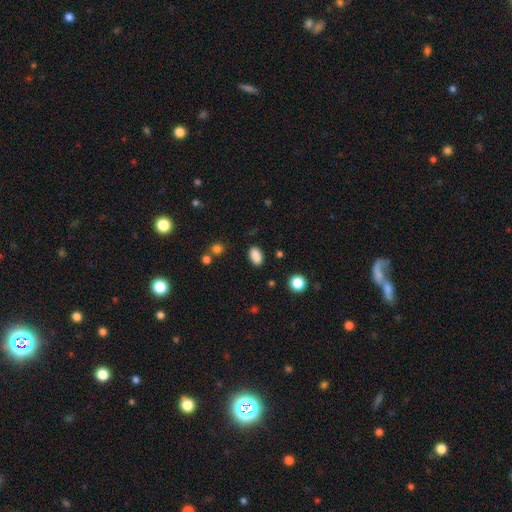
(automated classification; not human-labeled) The model was most divided on "merging": none: 86%, minor disturbance: 9%, major disturbance: 3%, merger: 2%. More confident: how rounded — in between (91%); smooth or featured — smooth (87%).